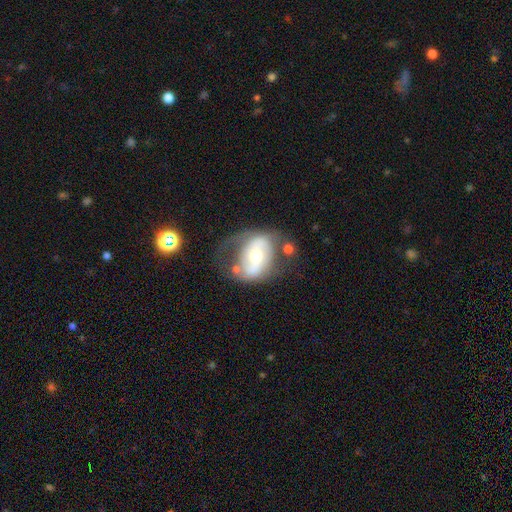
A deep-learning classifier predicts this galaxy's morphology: Smooth or featured? Predicted: featured or disk (p=0.64). Edge-on disk? Predicted: no (p=0.94). Bar? Predicted: no (p=0.37). Spiral arms? Predicted: yes (p=0.55). Bulge size? Predicted: moderate (p=0.59). Merging? Predicted: none (p=0.42).